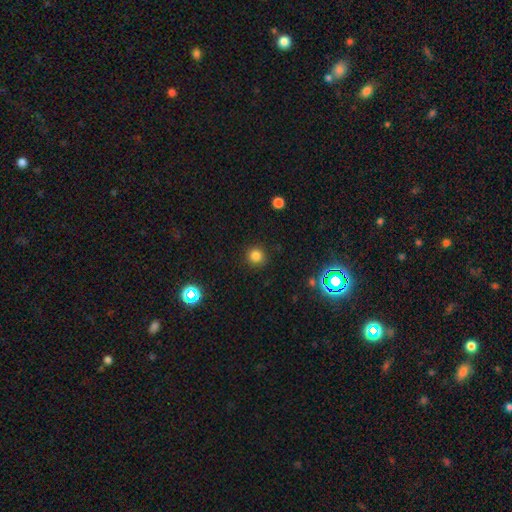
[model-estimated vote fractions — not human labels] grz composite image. It shows a smooth galaxy with no disk features (80%) that is round (92%). Merging: none (90%).